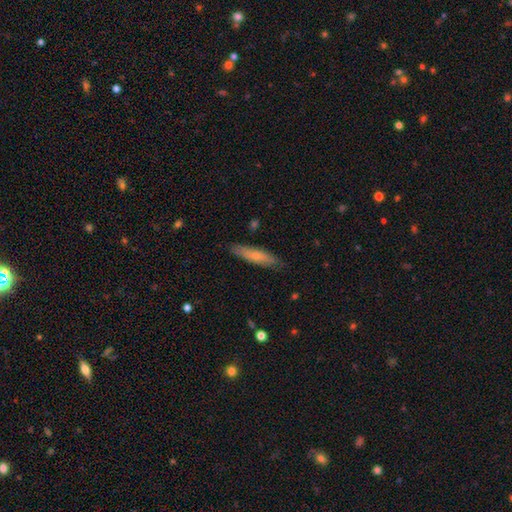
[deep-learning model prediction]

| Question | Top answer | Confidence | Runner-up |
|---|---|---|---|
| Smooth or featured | smooth | 62% | featured or disk (33%) |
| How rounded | cigar-shaped | 77% | in between (21%) |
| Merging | none | 84% | minor disturbance (13%) |